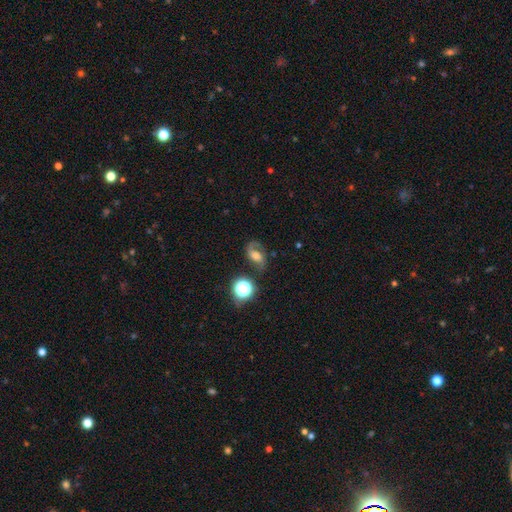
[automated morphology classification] type=featured or disk (66%); edge-on=no (96%); bar=weak (43%); spiral arms=yes (91%); winding=medium (47%); arm count=2 (80%); bulge=moderate (47%); merging=none (69%).